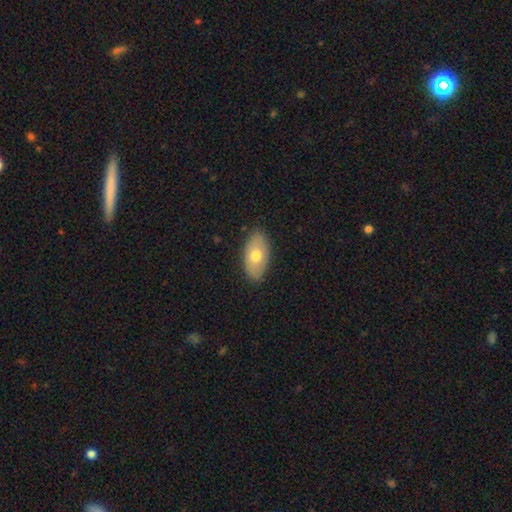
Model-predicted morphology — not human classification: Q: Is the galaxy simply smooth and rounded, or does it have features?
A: smooth — 68%.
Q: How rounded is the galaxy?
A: in between — 93%.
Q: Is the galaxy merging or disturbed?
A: none — 86%.